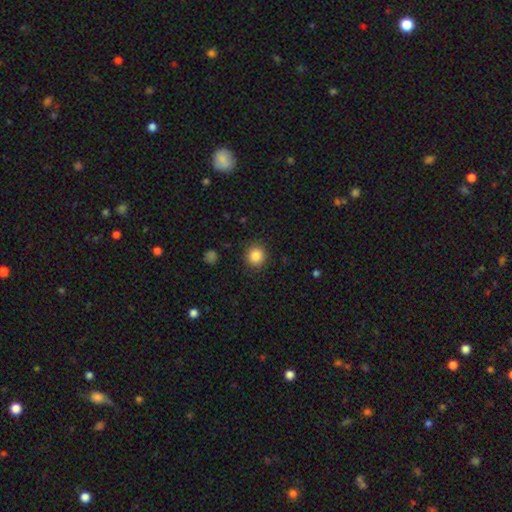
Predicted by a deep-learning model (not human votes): Smooth or featured? Predicted: smooth (p=0.85). How rounded? Predicted: round (p=0.91). Merging? Predicted: none (p=0.91).